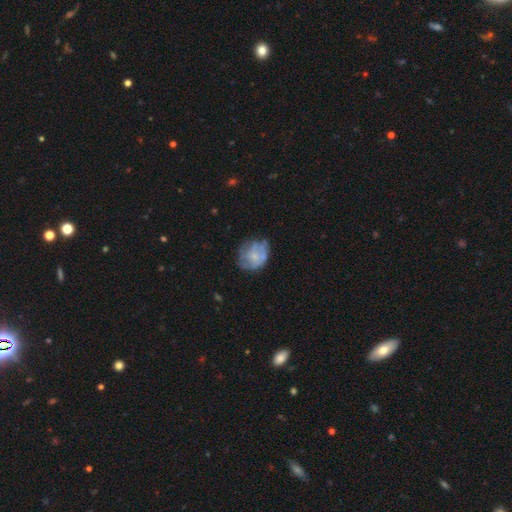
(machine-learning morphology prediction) Overall: featured or disk (47%; smooth 44%). Merging: none (56%; minor disturbance 26%).